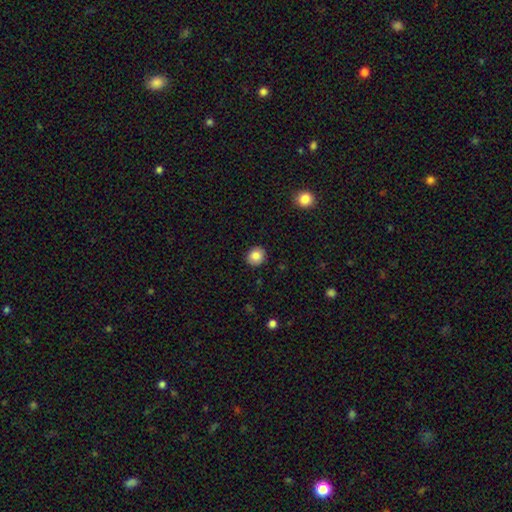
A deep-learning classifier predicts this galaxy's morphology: A smooth galaxy with no disk features (85%) that is round (82%).

Vote fractions:
- Smooth or featured? smooth: 85% / star or artifact: 9% / featured or disk: 6%
- How rounded? round: 82% / in between: 18% / cigar-shaped: 1%
- Merging? none: 90% / minor disturbance: 7% / major disturbance: 2% / merger: 1%